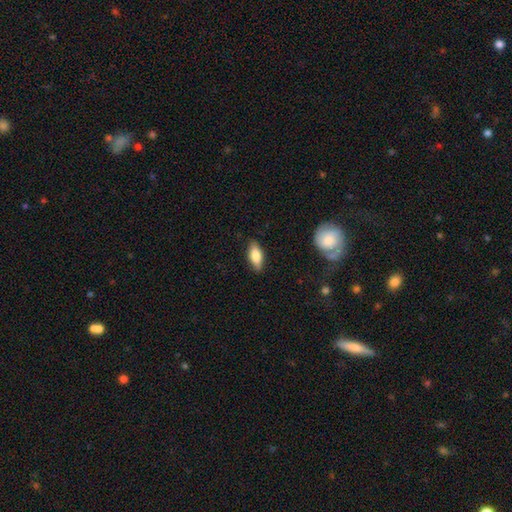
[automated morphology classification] This is likely a smooth galaxy (76%). How rounded: likely in between (79%). Merging: clearly none (83%).